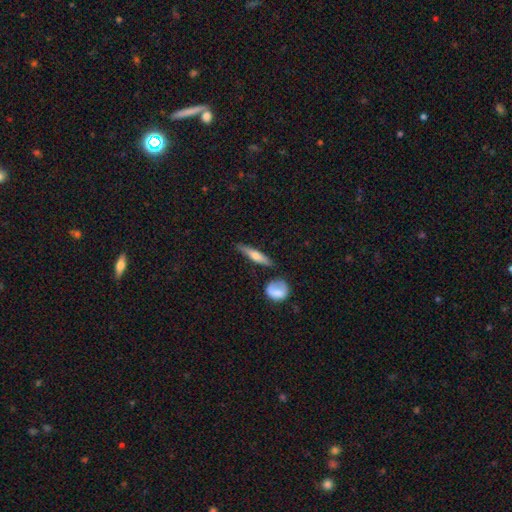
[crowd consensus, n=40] A smooth galaxy with no disk features (52%) that is cigar-shaped (100%). Merging: none (87%).